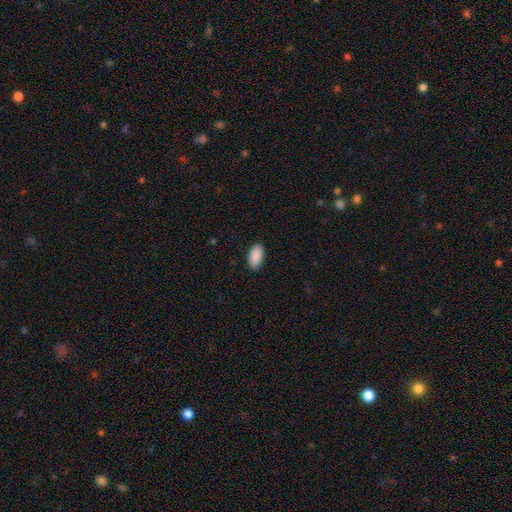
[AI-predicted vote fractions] Smooth or featured: smooth — 91% (star or artifact — 6%)
How rounded: in between — 95% (cigar-shaped — 3%)
Merging: none — 89% (minor disturbance — 9%)